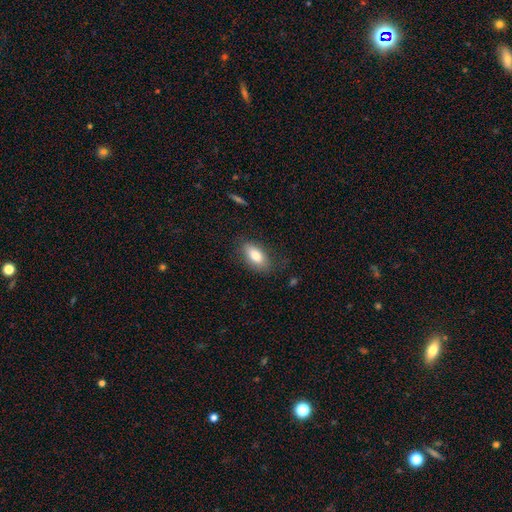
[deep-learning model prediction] Smooth or featured: smooth — 79% (featured or disk — 14%)
How rounded: in between — 88% (cigar-shaped — 8%)
Merging: none — 77% (minor disturbance — 17%)